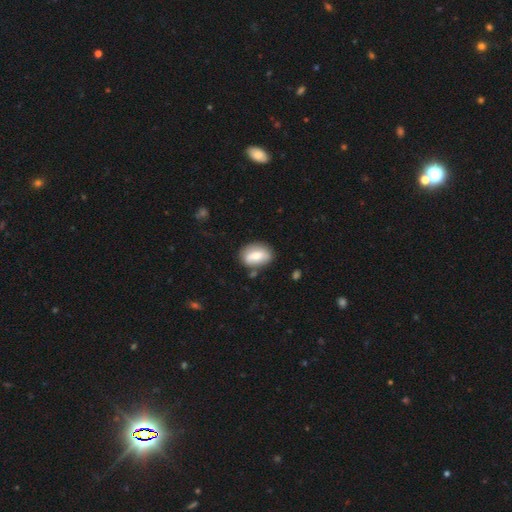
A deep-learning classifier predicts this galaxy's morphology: smooth_or_featured: smooth (p=0.62) [alt: featured or disk p=0.31]
how_rounded: in between (p=0.79) [alt: round p=0.19]
merging: none (p=0.76) [alt: minor disturbance p=0.15]